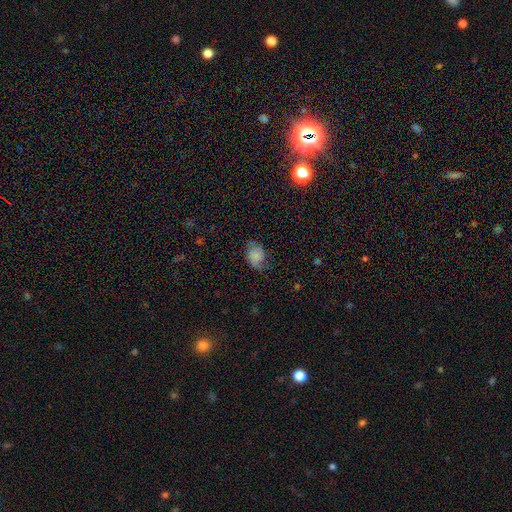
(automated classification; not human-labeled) This is possibly a smooth galaxy (57%). How rounded: likely in between (69%). Merging: likely none (67%).